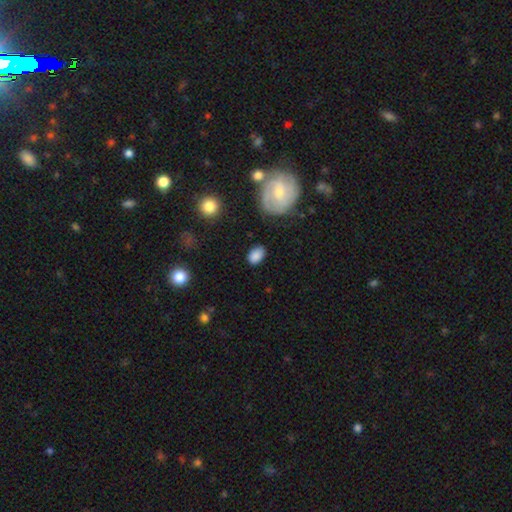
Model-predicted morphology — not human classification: Q: Smooth or featured?
A: smooth (84%); runner-up: star or artifact (8%)
Q: How rounded?
A: in between (84%); runner-up: round (15%)
Q: Merging?
A: none (78%); runner-up: minor disturbance (15%)